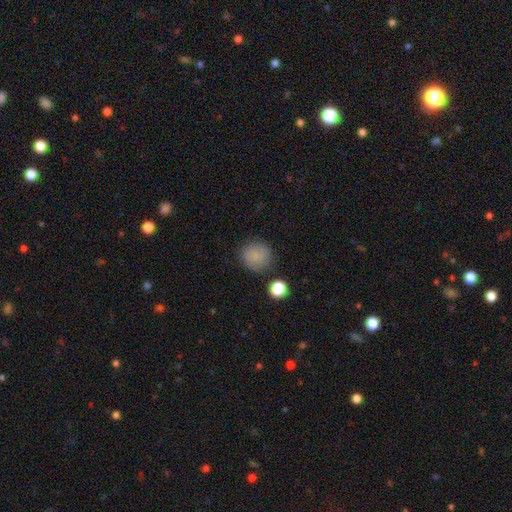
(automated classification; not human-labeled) A smooth galaxy with no disk features (83%) that is round (91%). Merging: none (84%).